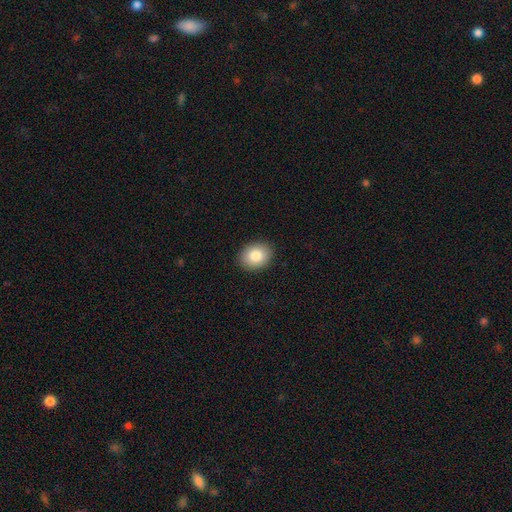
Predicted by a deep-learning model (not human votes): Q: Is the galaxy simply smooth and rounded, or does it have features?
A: smooth — 83%.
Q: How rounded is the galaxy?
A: in between — 51%.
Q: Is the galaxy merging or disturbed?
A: none — 91%.